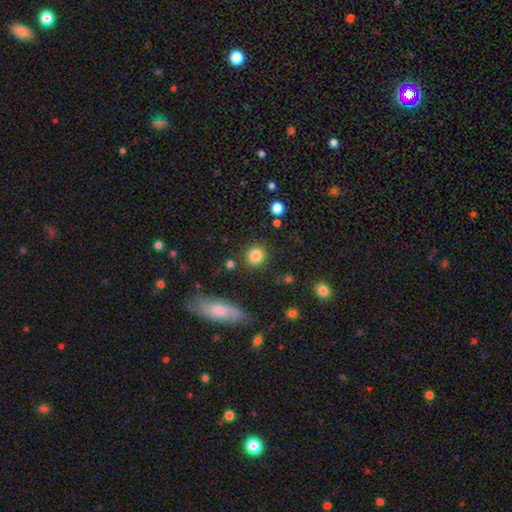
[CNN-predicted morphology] This is clearly a smooth galaxy (84%). How rounded: clearly round (87%). Merging: clearly none (87%).